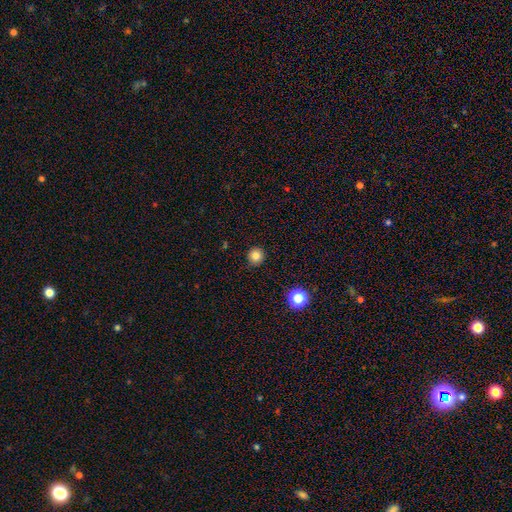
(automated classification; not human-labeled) Smooth or featured?
  - smooth: 81% *
  - star or artifact: 13%
  - featured or disk: 6%
How rounded?
  - round: 94% *
  - in between: 5%
  - cigar-shaped: 1%
Merging?
  - none: 90% *
  - minor disturbance: 7%
  - major disturbance: 2%
  - merger: 1%